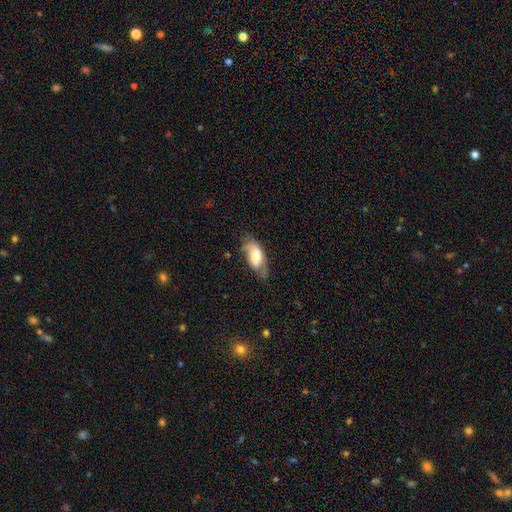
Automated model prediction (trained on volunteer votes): Overall: smooth (63%; featured or disk 30%). How rounded: in between (88%). Merging: none (52%; minor disturbance 31%).